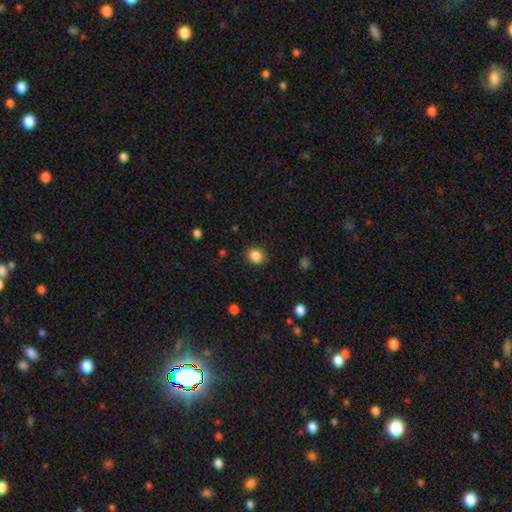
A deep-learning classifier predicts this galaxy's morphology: smooth-or-featured: smooth: 86% | star or artifact: 10% | featured or disk: 4%
  how-rounded: round: 77% | in between: 23% | cigar-shaped: 1%
  merging: none: 88% | minor disturbance: 8% | major disturbance: 3% | merger: 1%